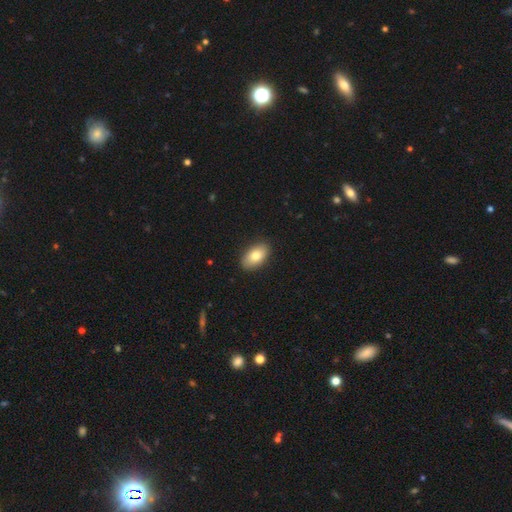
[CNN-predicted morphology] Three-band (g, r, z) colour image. It shows a smooth galaxy with no disk features (80%) that is in between round and cigar-shaped (93%). Merging: none (89%).